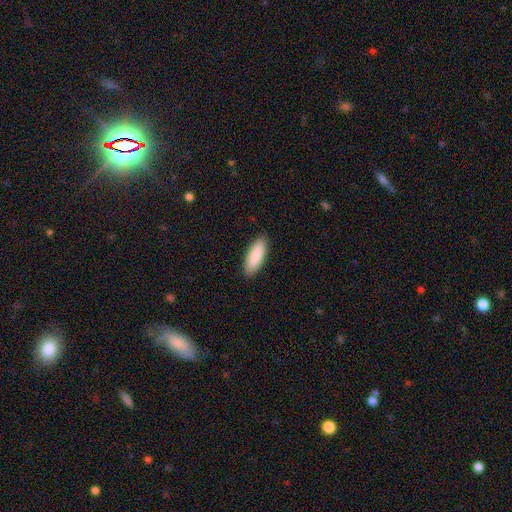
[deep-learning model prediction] This is clearly a smooth galaxy (90%). How rounded: likely in between (66%). Merging: clearly none (89%).